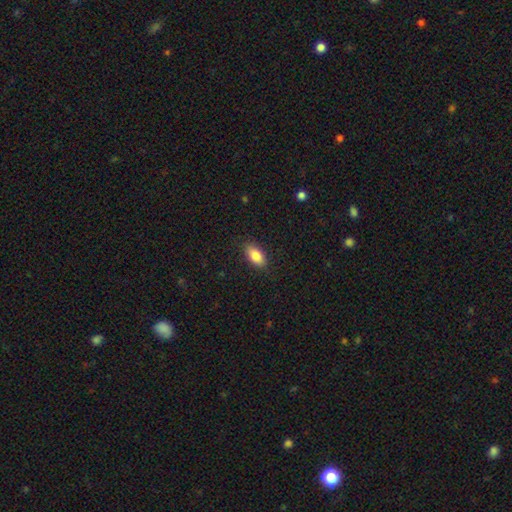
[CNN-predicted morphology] This is clearly a smooth galaxy (84%). How rounded: clearly in between (89%). Merging: clearly none (87%).